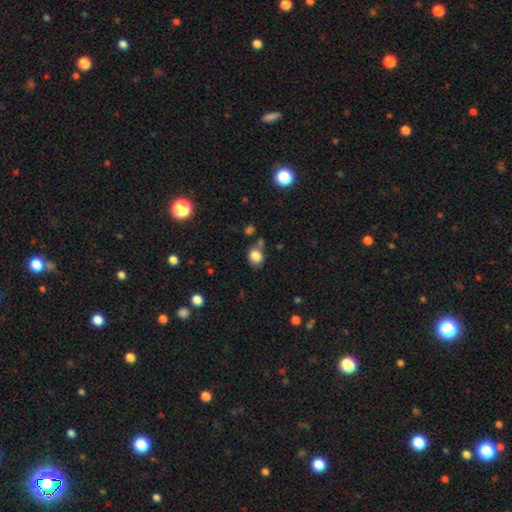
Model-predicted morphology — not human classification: smooth_or_featured: smooth (p=0.83) [alt: star or artifact p=0.11]
how_rounded: round (p=0.57) [alt: in between p=0.42]
merging: none (p=0.64) [alt: minor disturbance p=0.19]